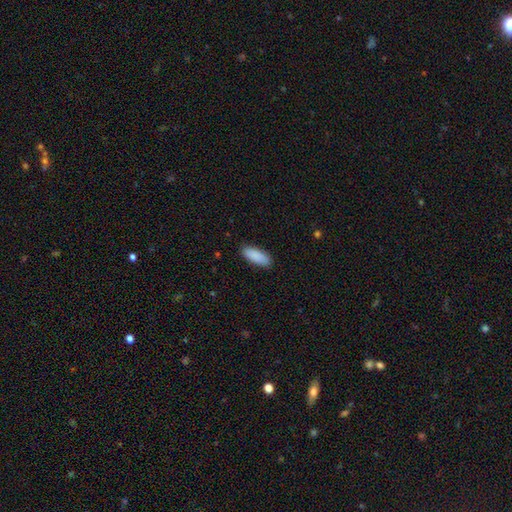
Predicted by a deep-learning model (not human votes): This appears to be a smooth galaxy with no disk features (90%) that is in between round and cigar-shaped (76%). Merging: none (88%).